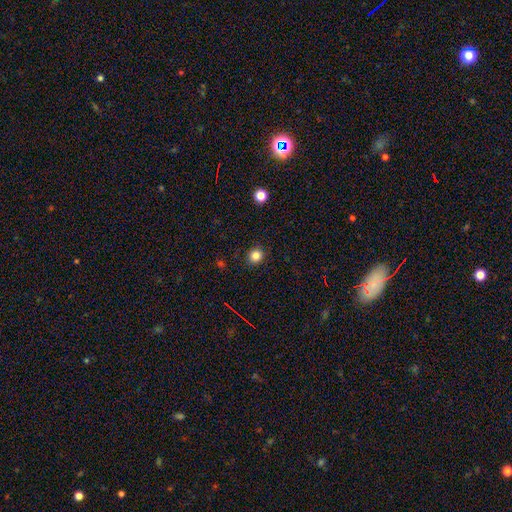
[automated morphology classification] smooth-or-featured: smooth: 83% | star or artifact: 13% | featured or disk: 5%
  how-rounded: round: 86% | in between: 13% | cigar-shaped: 1%
  merging: none: 90% | minor disturbance: 7% | major disturbance: 2% | merger: 1%